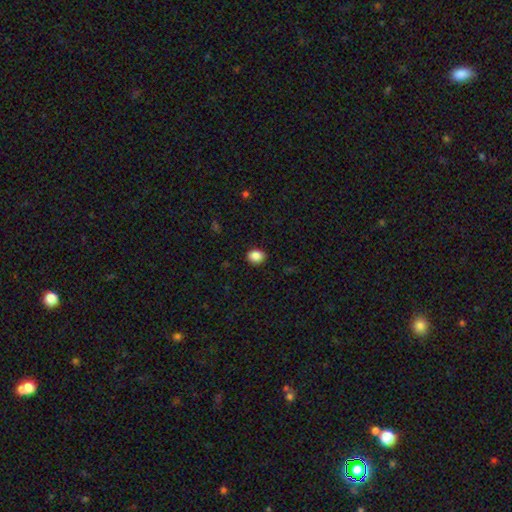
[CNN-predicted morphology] type=smooth (87%); roundness=round (52%); merging=none (90%).